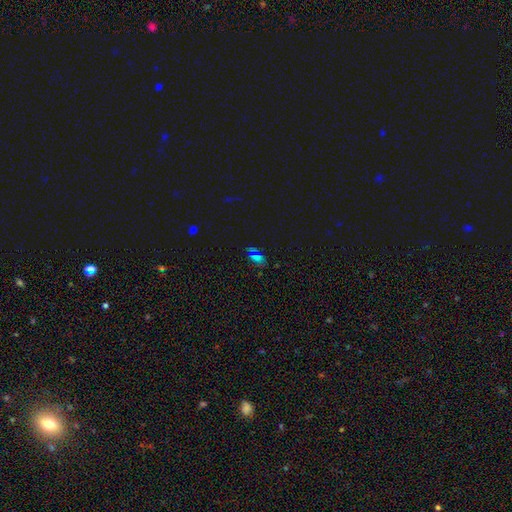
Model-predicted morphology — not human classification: Q: Smooth or featured?
A: star or artifact (47%); runner-up: smooth (42%)